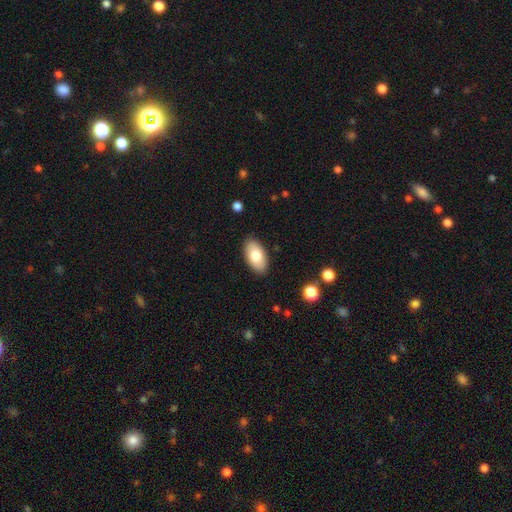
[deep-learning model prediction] Smooth or featured: smooth — 78% (featured or disk — 15%)
How rounded: in between — 95% (round — 3%)
Merging: none — 88% (minor disturbance — 9%)